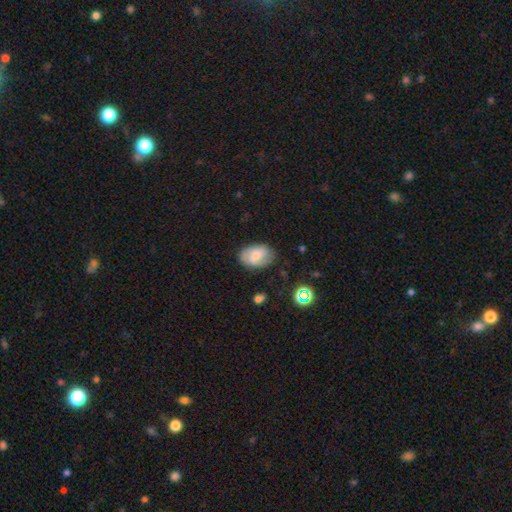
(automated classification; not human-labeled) Morphology: type=smooth (57%); roundness=in between (86%); merging=none (75%).